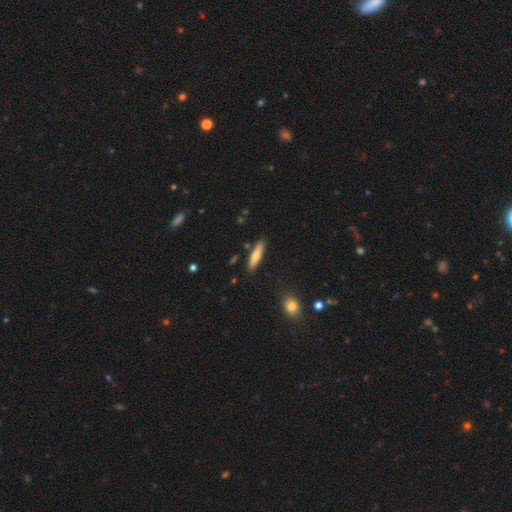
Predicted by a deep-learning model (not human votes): This appears to be a smooth galaxy with no disk features (69%) that is cigar-shaped (76%). Merging: none (85%).